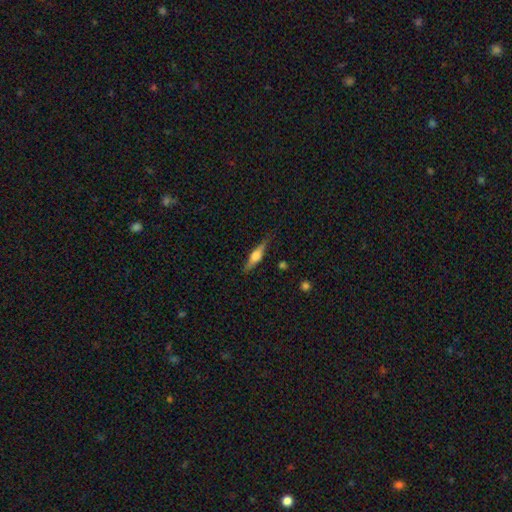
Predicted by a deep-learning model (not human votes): Q: Smooth or featured?
A: featured or disk (61%); runner-up: smooth (33%)
Q: Edge-on disk?
A: yes (96%); runner-up: no (4%)
Q: Edge-on bulge?
A: rounded (87%); runner-up: boxy (10%)
Q: Merging?
A: none (83%); runner-up: minor disturbance (12%)